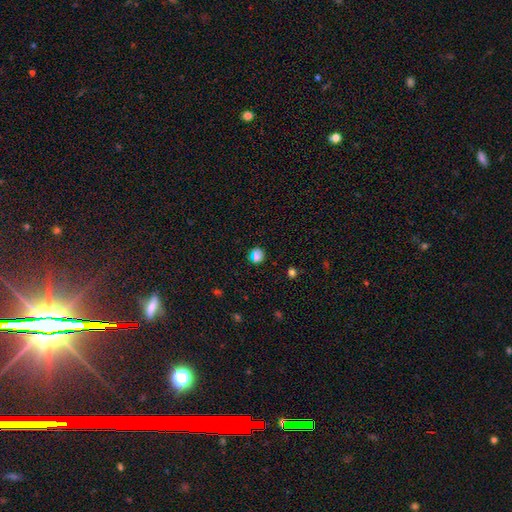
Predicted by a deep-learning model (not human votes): A smooth galaxy with no disk features (66%) that is round (86%). Merging: none (86%).